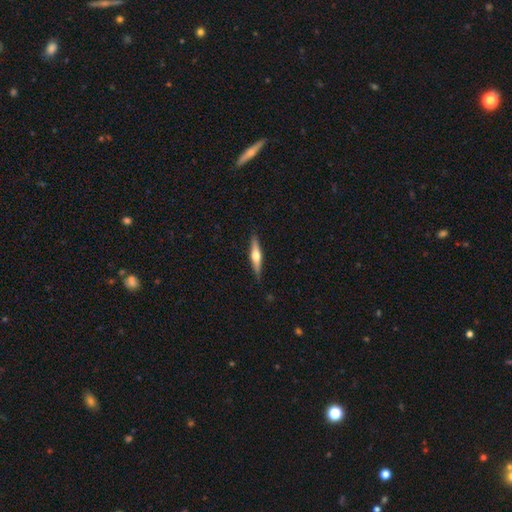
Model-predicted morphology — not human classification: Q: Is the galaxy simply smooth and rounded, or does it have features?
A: featured or disk — 62%.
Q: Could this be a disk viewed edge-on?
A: yes — 97%.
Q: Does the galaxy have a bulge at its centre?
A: rounded — 93%.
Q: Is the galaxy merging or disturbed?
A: none — 88%.